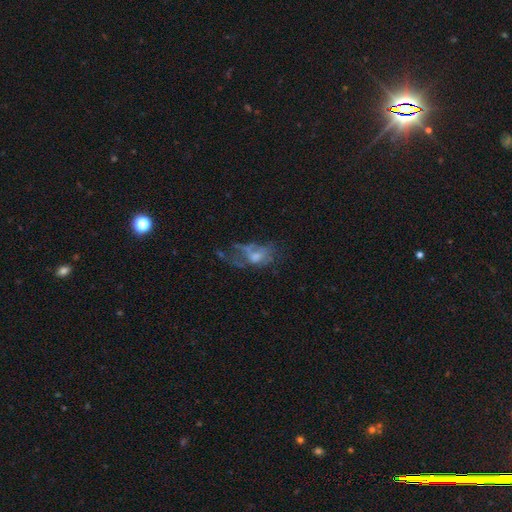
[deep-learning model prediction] Smooth or featured? Predicted: featured or disk (p=0.52). Edge-on disk? Predicted: no (p=0.94). Merging? Predicted: major disturbance (p=0.46).